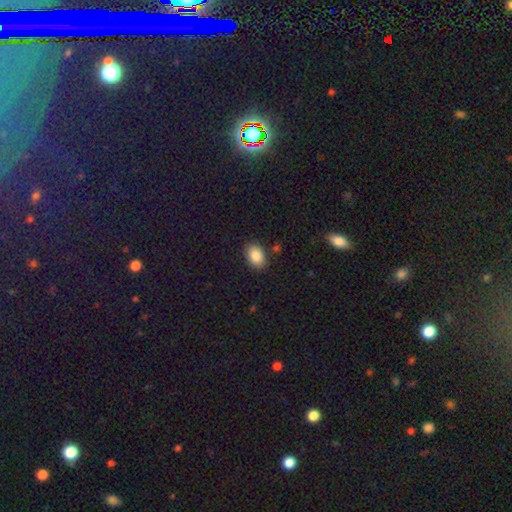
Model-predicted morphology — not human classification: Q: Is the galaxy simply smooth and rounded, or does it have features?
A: smooth — 87%.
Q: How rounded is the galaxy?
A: in between — 83%.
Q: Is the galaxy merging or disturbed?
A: none — 86%.